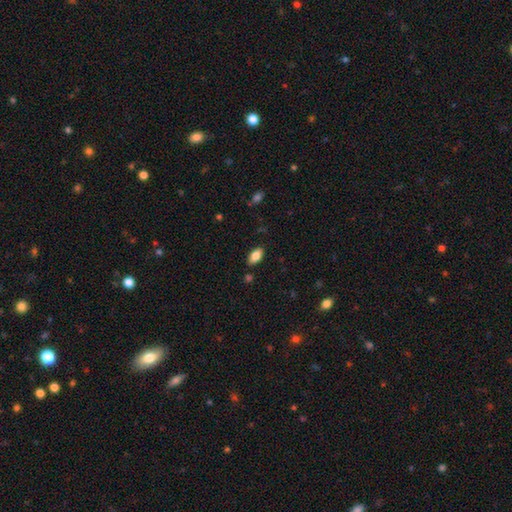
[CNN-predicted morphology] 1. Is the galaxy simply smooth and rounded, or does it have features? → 83% smooth, 10% featured or disk, 7% star or artifact.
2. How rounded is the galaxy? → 92% in between, 4% cigar-shaped, 3% round.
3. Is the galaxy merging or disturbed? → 84% none, 11% minor disturbance, 2% merger, 2% major disturbance.